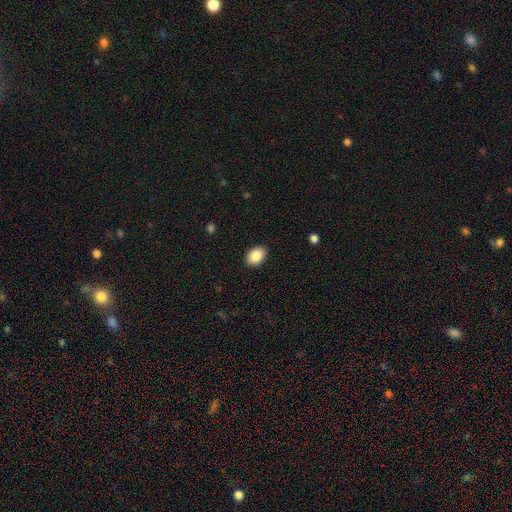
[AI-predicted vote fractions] Overall: smooth (88%). How rounded: in between (86%). Merging: none (88%).